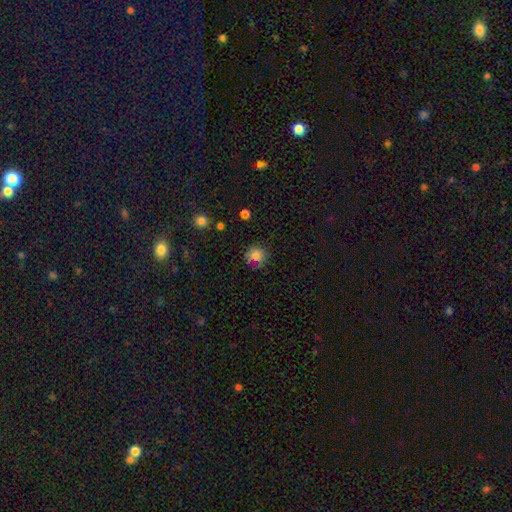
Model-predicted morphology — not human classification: smooth-or-featured: smooth: 81% | star or artifact: 11% | featured or disk: 8%
  how-rounded: round: 88% | in between: 11% | cigar-shaped: 1%
  merging: none: 71% | minor disturbance: 20% | major disturbance: 7% | merger: 2%